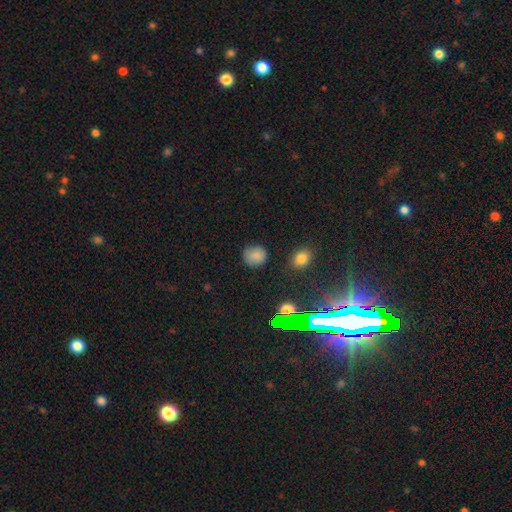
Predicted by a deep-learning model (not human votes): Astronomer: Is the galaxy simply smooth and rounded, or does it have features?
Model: smooth — 81%.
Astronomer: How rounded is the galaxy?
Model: round — 81%.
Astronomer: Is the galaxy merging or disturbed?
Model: none — 82%.